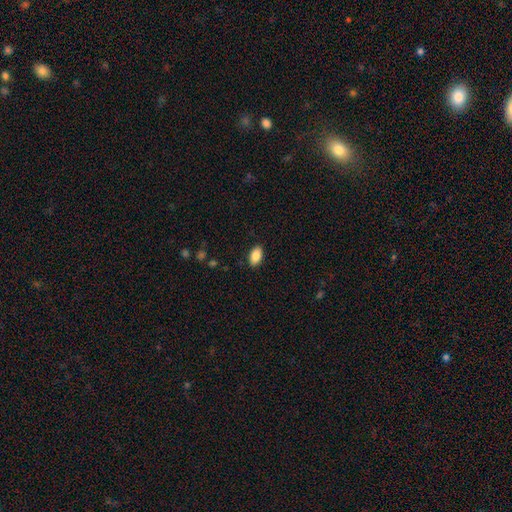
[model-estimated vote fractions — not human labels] Smooth or featured? Predicted: smooth (p=0.88). How rounded? Predicted: in between (p=0.93). Merging? Predicted: none (p=0.88).